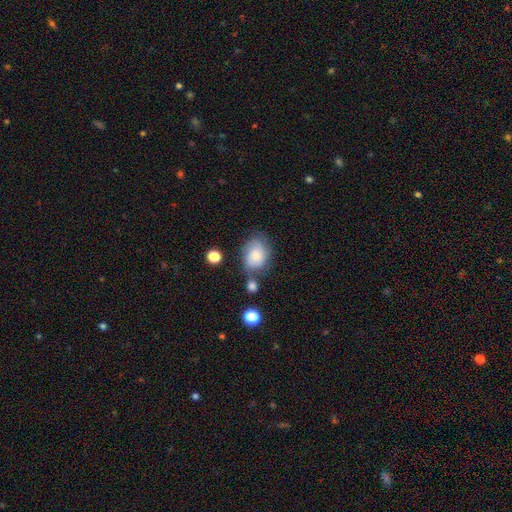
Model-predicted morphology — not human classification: Smooth or featured?
  - smooth: 69% *
  - featured or disk: 22%
  - star or artifact: 9%
How rounded?
  - in between: 64% *
  - round: 35%
  - cigar-shaped: 1%
Merging?
  - none: 52% *
  - minor disturbance: 26%
  - merger: 11%
  - major disturbance: 11%